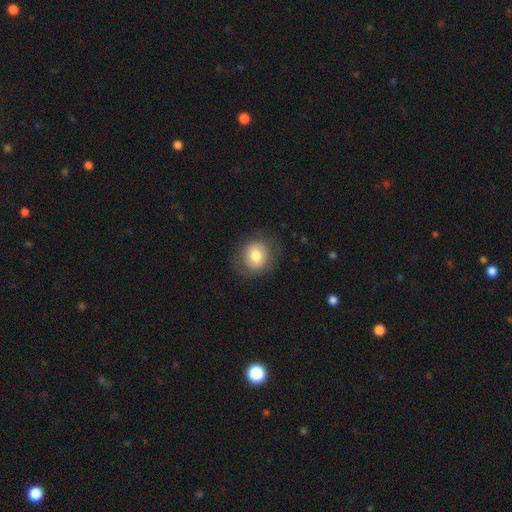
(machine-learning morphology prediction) smooth_or_featured: smooth (p=0.74) [alt: featured or disk p=0.17]
how_rounded: round (p=0.76) [alt: in between p=0.23]
merging: none (p=0.82) [alt: minor disturbance p=0.12]